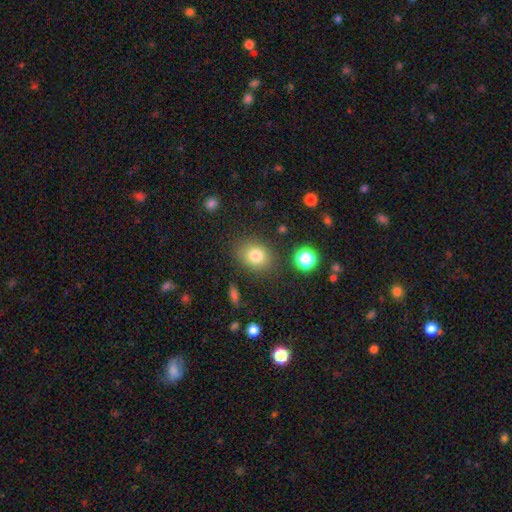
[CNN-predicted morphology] smooth_or_featured: smooth (p=0.79) [alt: star or artifact p=0.12]
how_rounded: in between (p=0.50) [alt: round p=0.49]
merging: none (p=0.82) [alt: minor disturbance p=0.11]